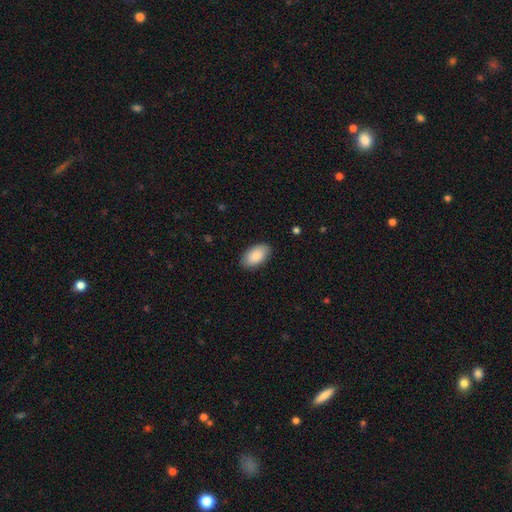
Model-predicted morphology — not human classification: Smooth or featured?
  - smooth: 89% *
  - featured or disk: 6%
  - star or artifact: 6%
How rounded?
  - in between: 95% *
  - round: 3%
  - cigar-shaped: 2%
Merging?
  - none: 87% *
  - minor disturbance: 10%
  - major disturbance: 2%
  - merger: 1%